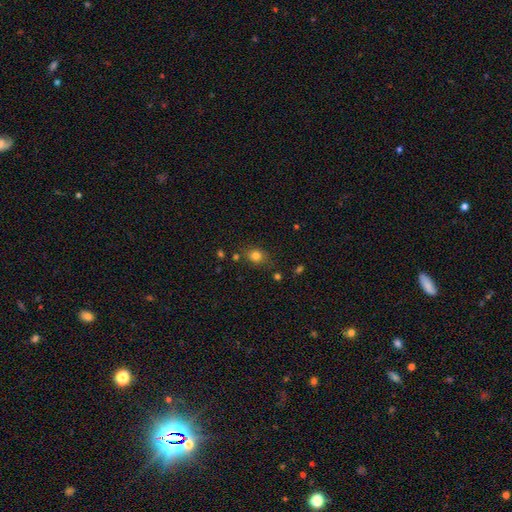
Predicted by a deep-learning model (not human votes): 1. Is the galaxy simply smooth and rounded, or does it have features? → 79% smooth, 13% star or artifact, 8% featured or disk.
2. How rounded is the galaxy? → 58% round, 41% in between, 1% cigar-shaped.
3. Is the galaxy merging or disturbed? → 76% none, 15% minor disturbance, 4% merger, 4% major disturbance.